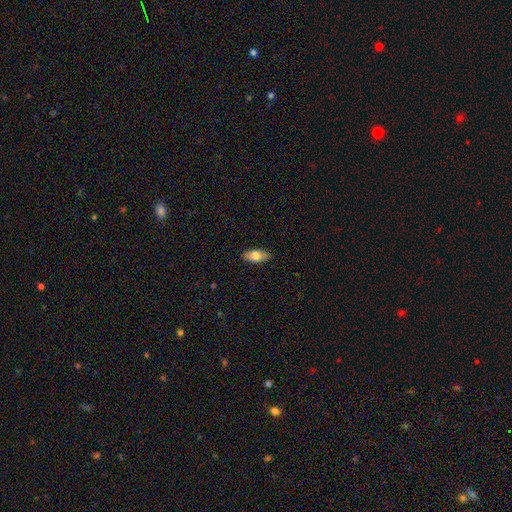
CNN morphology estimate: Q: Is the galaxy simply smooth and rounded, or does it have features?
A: smooth — 73%.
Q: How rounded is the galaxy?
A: in between — 88%.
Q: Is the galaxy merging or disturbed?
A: none — 88%.